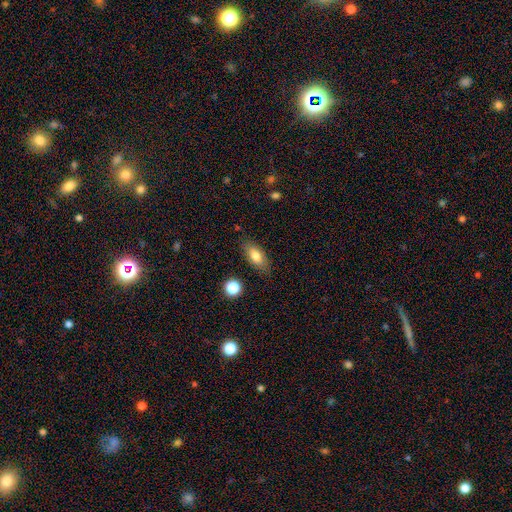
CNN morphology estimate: The model was most divided on "smooth or featured": smooth: 77%, featured or disk: 16%, star or artifact: 8%. More confident: how rounded — in between (83%); merging — none (82%).